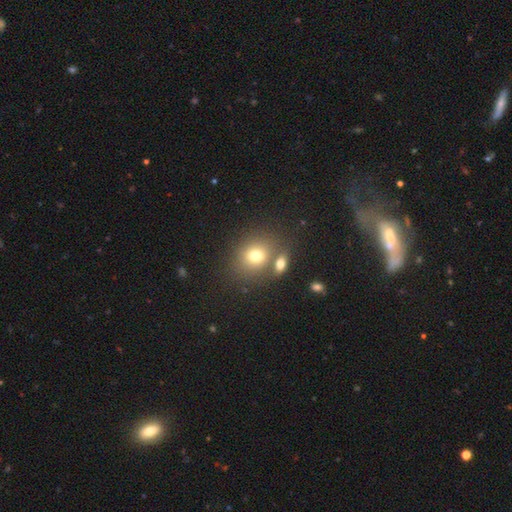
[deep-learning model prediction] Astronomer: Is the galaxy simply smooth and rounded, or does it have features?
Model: smooth — 74%.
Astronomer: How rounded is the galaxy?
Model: round — 64%.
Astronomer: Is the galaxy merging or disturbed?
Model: none — 59%.